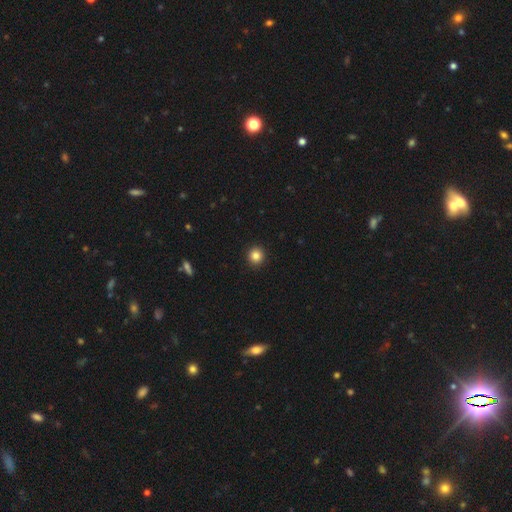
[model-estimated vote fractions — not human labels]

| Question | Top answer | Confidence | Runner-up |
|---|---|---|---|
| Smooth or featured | smooth | 84% | star or artifact (11%) |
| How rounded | round | 94% | in between (5%) |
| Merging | none | 93% | minor disturbance (4%) |